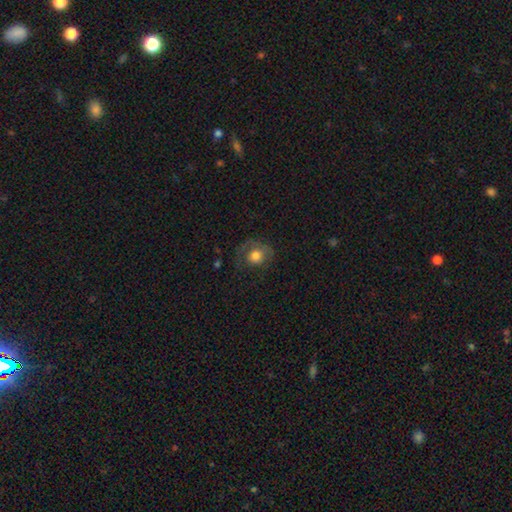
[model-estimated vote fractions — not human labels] This appears to be a smooth galaxy with no disk features (65%) that is round (76%). Merging: none (53%).